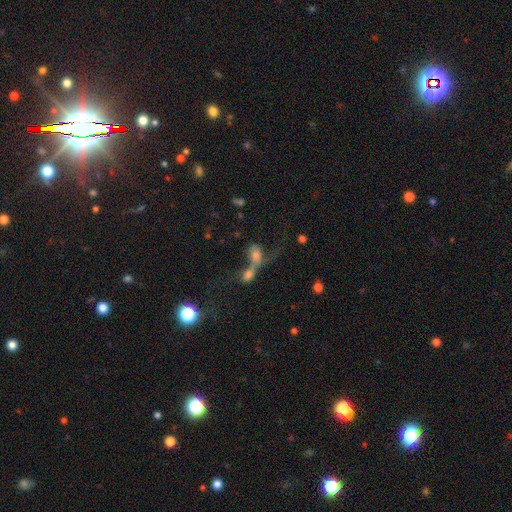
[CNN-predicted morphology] This is possibly a smooth galaxy (54%). How rounded: likely in between (66%). Merging: likely merger (78%).